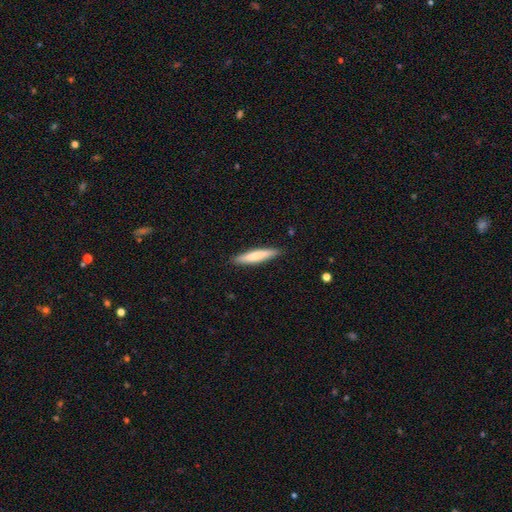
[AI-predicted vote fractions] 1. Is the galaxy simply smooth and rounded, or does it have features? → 74% smooth, 21% featured or disk, 5% star or artifact.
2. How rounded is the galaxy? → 89% cigar-shaped, 10% in between, 1% round.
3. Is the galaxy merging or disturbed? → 89% none, 9% minor disturbance, 2% major disturbance, 1% merger.